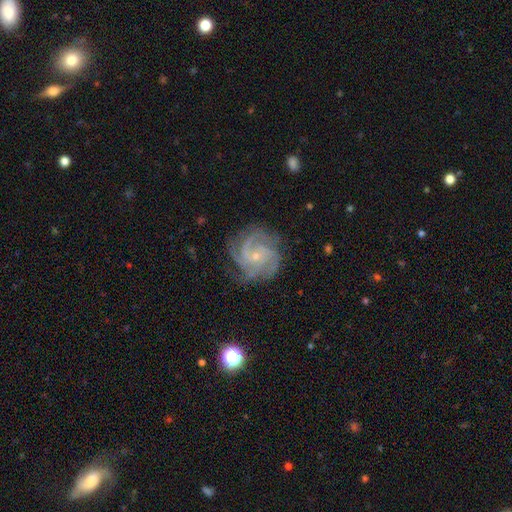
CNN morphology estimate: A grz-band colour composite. It shows a featured or disk galaxy (89%) with no bar (70%), 3 (40%) tight (59%) spiral arms (98%) and a small central bulge (80%). Merging: none (75%).